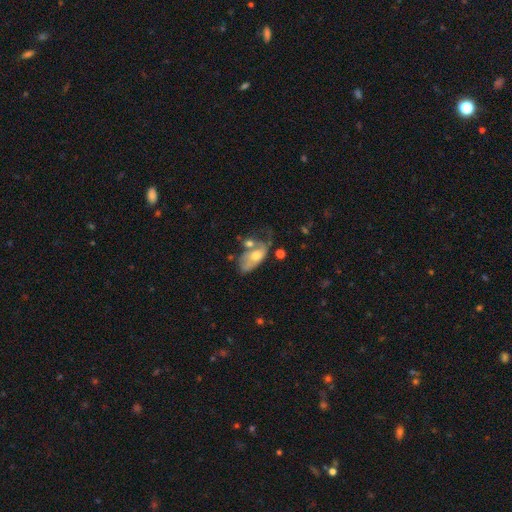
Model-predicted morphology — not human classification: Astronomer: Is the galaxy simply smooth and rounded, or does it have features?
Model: smooth — 49% (runner-up: featured or disk, 44%).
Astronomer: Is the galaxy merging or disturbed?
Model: major disturbance — 26% (runner-up: merger, 25%).